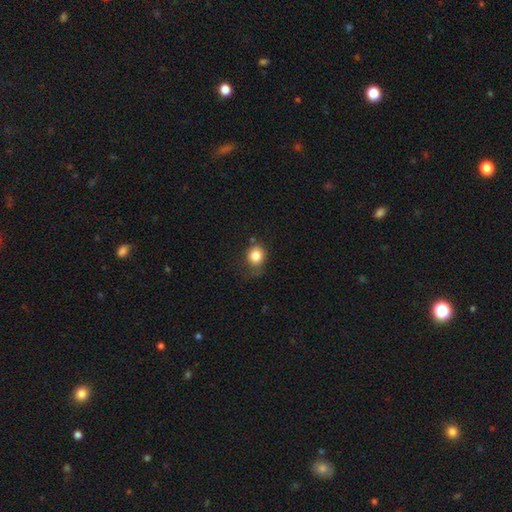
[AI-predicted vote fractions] The model was most divided on "merging": none: 58%, minor disturbance: 27%, major disturbance: 10%, merger: 4%. More confident: smooth or featured — smooth (83%); how rounded — round (73%).